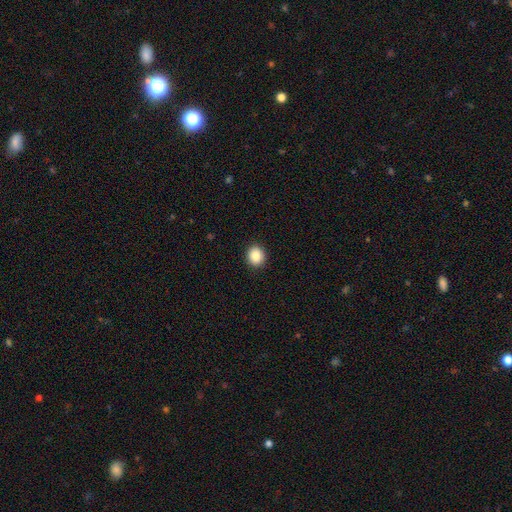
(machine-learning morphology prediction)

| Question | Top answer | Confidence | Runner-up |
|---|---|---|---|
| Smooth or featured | smooth | 88% | star or artifact (8%) |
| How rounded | round | 78% | in between (21%) |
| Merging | none | 92% | minor disturbance (5%) |